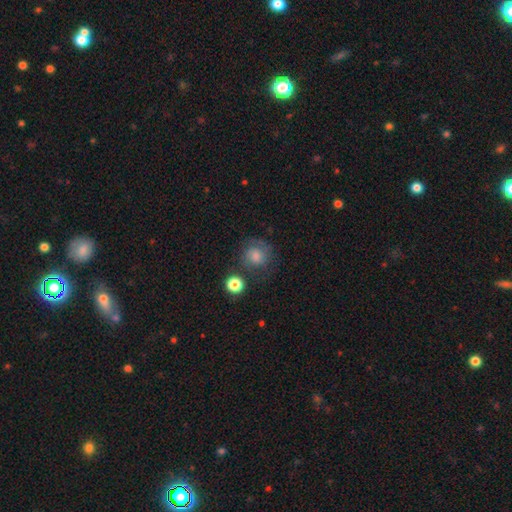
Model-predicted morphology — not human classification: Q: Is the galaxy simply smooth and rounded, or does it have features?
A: smooth — 53%.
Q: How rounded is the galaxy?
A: round — 83%.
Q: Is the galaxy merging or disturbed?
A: none — 66%.